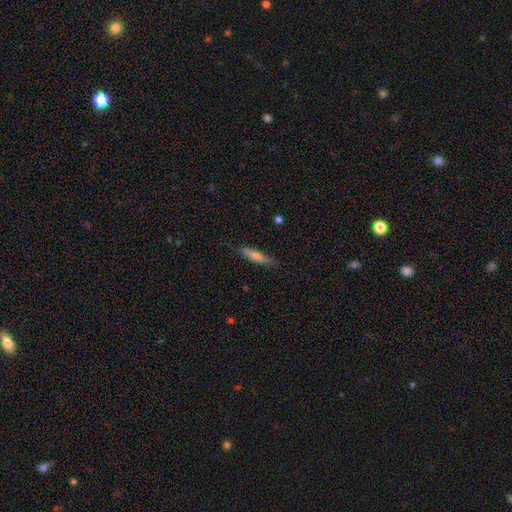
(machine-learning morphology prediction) smooth_or_featured: smooth (p=0.48) [alt: featured or disk p=0.45]
merging: none (p=0.84) [alt: minor disturbance p=0.13]